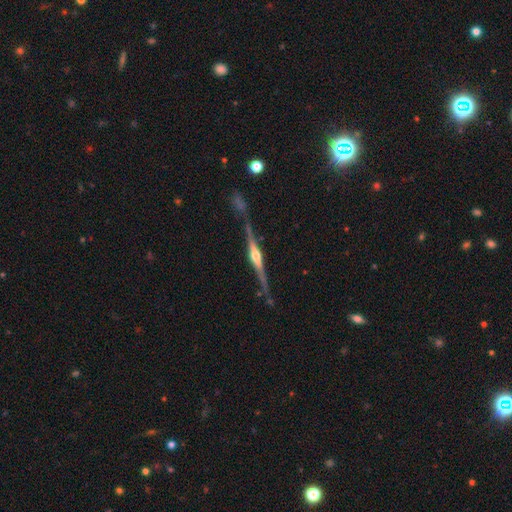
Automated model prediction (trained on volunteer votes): Smooth or featured? Predicted: featured or disk (p=0.85). Edge-on disk? Predicted: yes (p=0.98). Edge-on bulge? Predicted: rounded (p=0.92). Merging? Predicted: none (p=0.73).